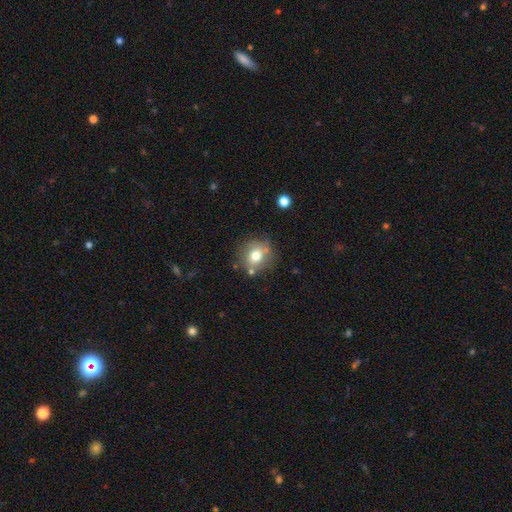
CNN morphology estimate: smooth-or-featured: smooth: 73% | featured or disk: 16% | star or artifact: 11%
  how-rounded: round: 82% | in between: 17% | cigar-shaped: 1%
  merging: none: 73% | minor disturbance: 15% | merger: 8% | major disturbance: 4%